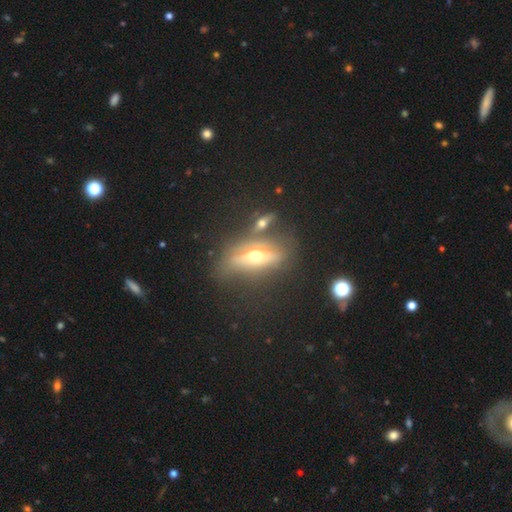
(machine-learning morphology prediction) The model was most divided on "smooth or featured": featured or disk: 62%, smooth: 28%, star or artifact: 11%. More confident: edge-on disk — yes (68%); merging — none (57%).